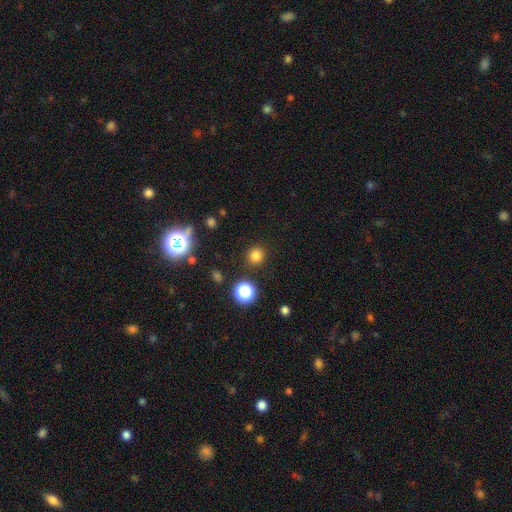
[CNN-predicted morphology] Overall: smooth (78%). How rounded: round (93%). Merging: none (90%).